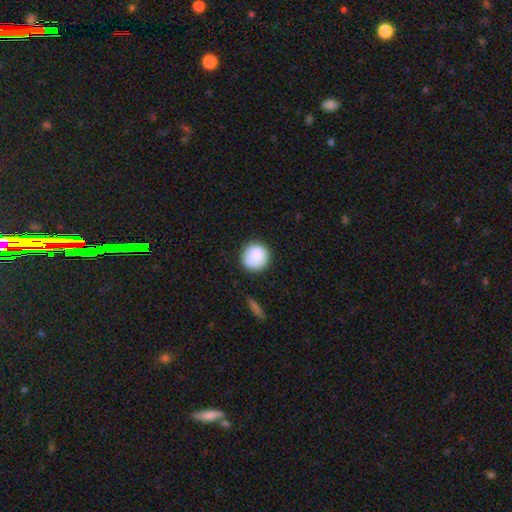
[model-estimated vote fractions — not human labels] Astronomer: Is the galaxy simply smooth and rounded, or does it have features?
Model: smooth — 87%.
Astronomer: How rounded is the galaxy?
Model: round — 94%.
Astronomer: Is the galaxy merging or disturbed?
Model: none — 86%.